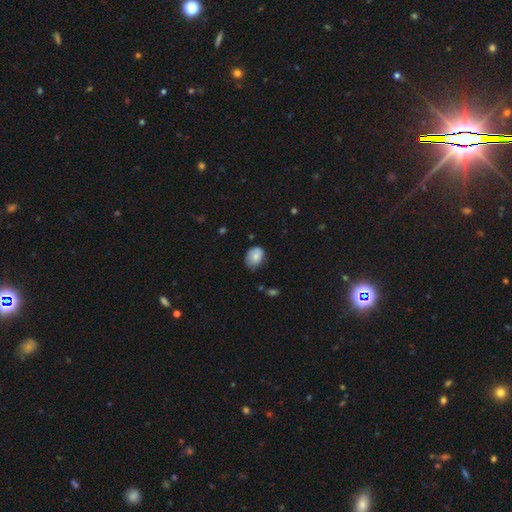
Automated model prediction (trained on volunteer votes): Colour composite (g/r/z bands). It shows a smooth galaxy with no disk features (77%) that is in between round and cigar-shaped (67%). Merging: none (51%).